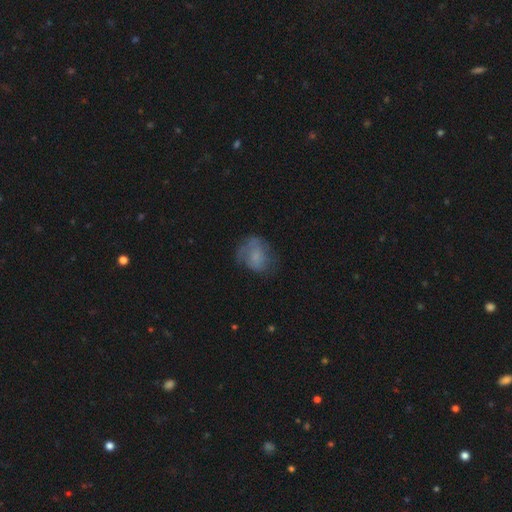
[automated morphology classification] Smooth or featured?
  - smooth: 56% *
  - featured or disk: 33%
  - star or artifact: 11%
How rounded?
  - round: 51% *
  - in between: 48%
  - cigar-shaped: 1%
Merging?
  - none: 50% *
  - minor disturbance: 27%
  - major disturbance: 22%
  - merger: 2%